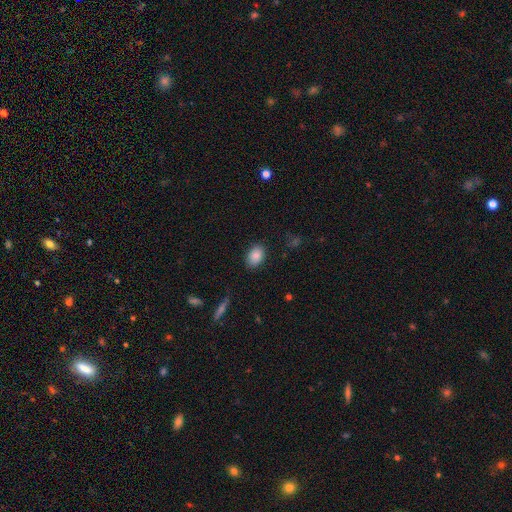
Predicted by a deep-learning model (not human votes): smooth-or-featured: smooth: 86% | star or artifact: 8% | featured or disk: 6%
  how-rounded: in between: 82% | round: 17% | cigar-shaped: 1%
  merging: none: 85% | minor disturbance: 11% | major disturbance: 3% | merger: 1%